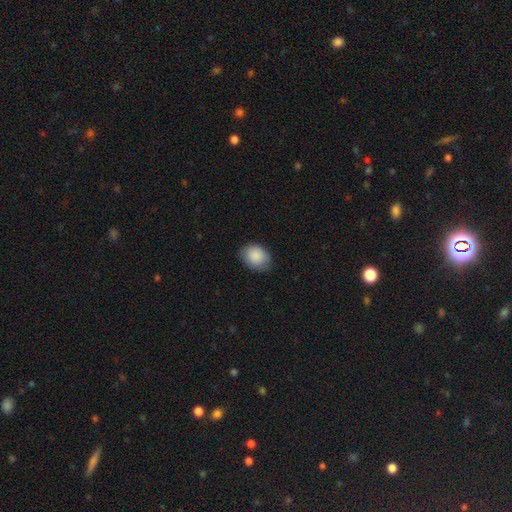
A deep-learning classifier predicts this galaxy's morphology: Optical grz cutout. It shows a smooth galaxy with no disk features (88%) that is in between round and cigar-shaped (62%). Merging: none (78%).